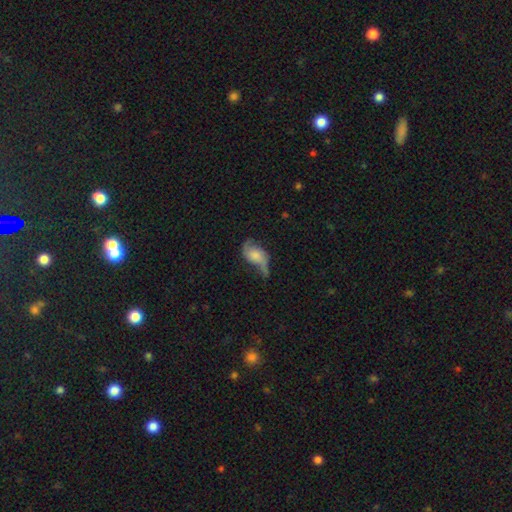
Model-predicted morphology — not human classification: A featured or disk galaxy (60%) with no bar (70%), spiral arms (86%) and a small central bulge (27%). Merging: none (35%).